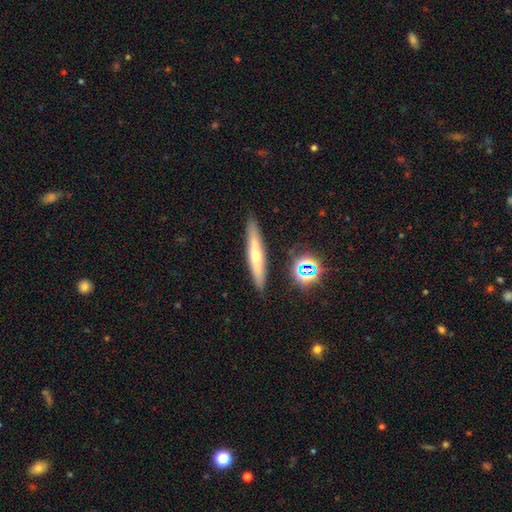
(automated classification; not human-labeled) Smooth or featured? featured or disk (57%)
Edge-on disk? yes (89%)
Edge-on bulge? rounded (78%)
Merging? none (85%)